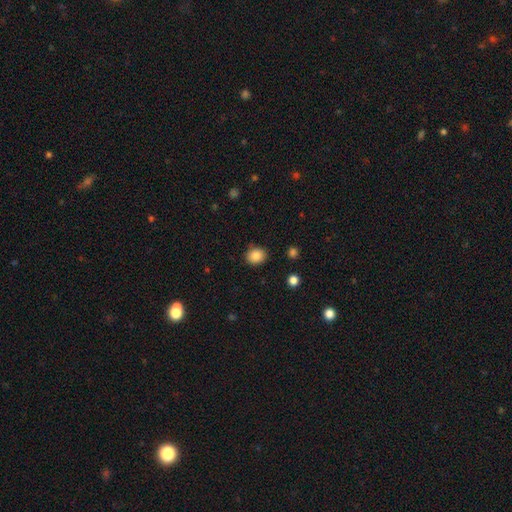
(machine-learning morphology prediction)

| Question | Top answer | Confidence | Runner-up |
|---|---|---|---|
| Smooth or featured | smooth | 86% | star or artifact (10%) |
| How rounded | round | 74% | in between (25%) |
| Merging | none | 87% | minor disturbance (9%) |